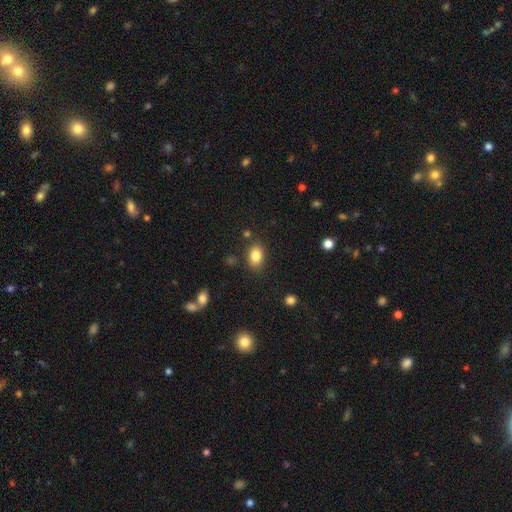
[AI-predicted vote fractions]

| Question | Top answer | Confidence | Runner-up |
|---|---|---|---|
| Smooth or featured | smooth | 83% | star or artifact (9%) |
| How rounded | in between | 80% | round (18%) |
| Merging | none | 81% | minor disturbance (12%) |